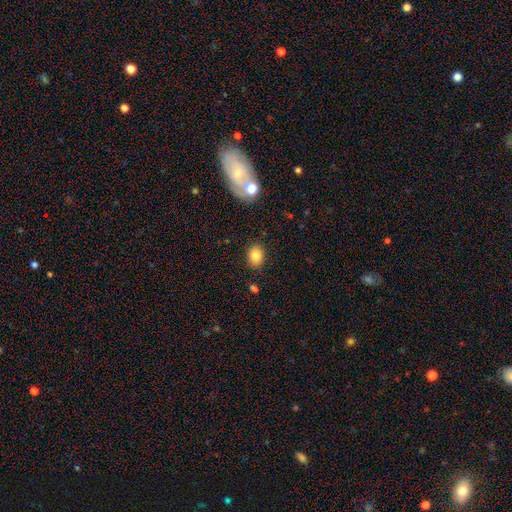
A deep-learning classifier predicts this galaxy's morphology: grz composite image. It shows a smooth galaxy with no disk features (81%) that is in between round and cigar-shaped (58%). Merging: none (85%).